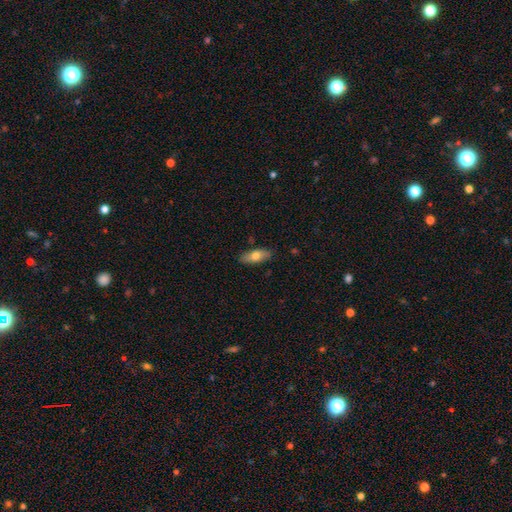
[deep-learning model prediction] This is likely a smooth galaxy (69%). How rounded: likely in between (75%). Merging: clearly none (86%).